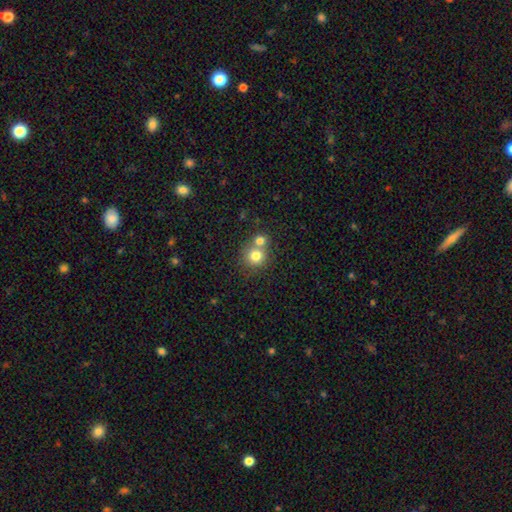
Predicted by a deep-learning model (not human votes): Smooth or featured?
  - smooth: 78% *
  - star or artifact: 11%
  - featured or disk: 11%
How rounded?
  - round: 89% *
  - in between: 10%
  - cigar-shaped: 1%
Merging?
  - none: 48% *
  - merger: 44%
  - minor disturbance: 6%
  - major disturbance: 2%